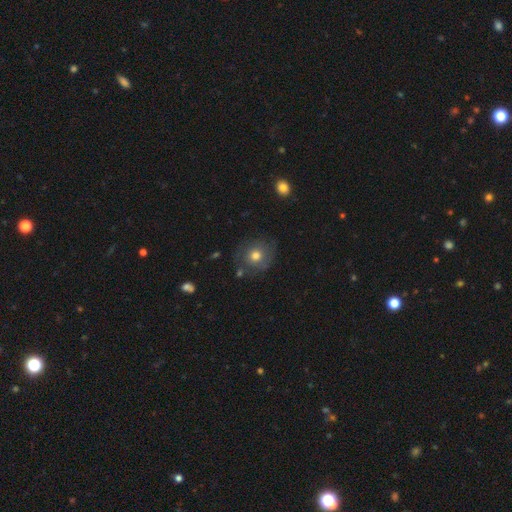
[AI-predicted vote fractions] Smooth or featured: smooth — 70% (featured or disk — 19%)
How rounded: round — 85% (in between — 14%)
Merging: none — 77% (minor disturbance — 15%)